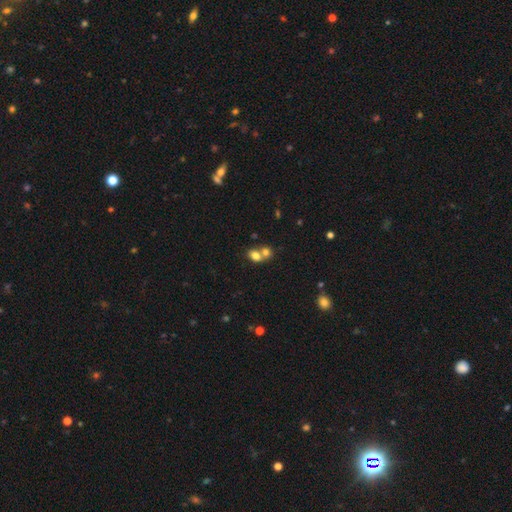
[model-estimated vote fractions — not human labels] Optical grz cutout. It shows a smooth galaxy with no disk features (76%) that is in between round and cigar-shaped (59%). Merging: merger (62%).